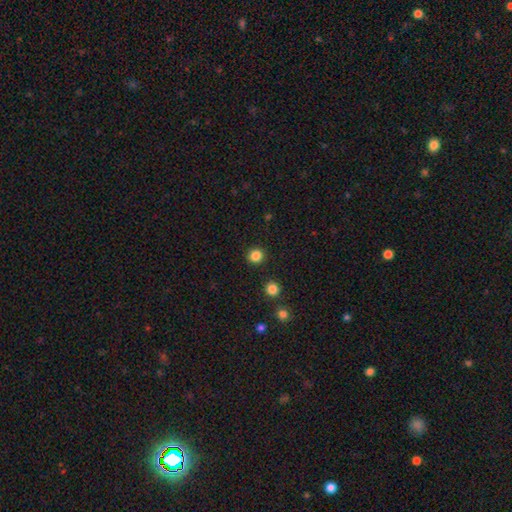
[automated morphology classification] Smooth or featured: smooth — 85% (star or artifact — 12%)
How rounded: round — 93% (in between — 6%)
Merging: none — 92% (minor disturbance — 5%)